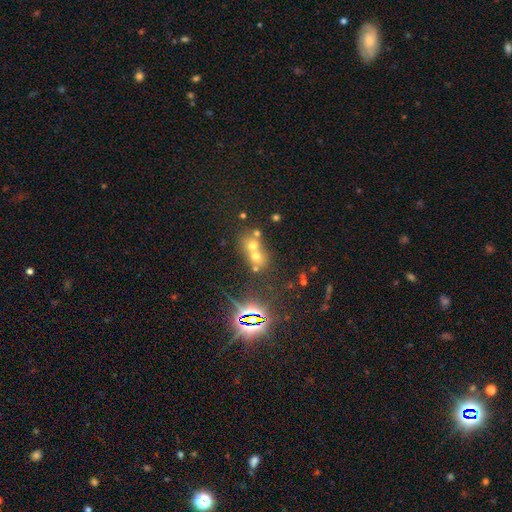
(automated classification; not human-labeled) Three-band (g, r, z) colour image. It shows a smooth galaxy with no disk features (47%). Merging: merger (59%).